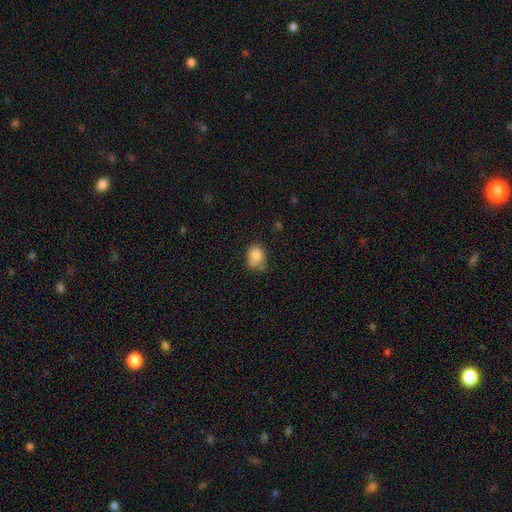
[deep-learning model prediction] Smooth or featured? Predicted: smooth (p=0.83). How rounded? Predicted: in between (p=0.54). Merging? Predicted: none (p=0.49).